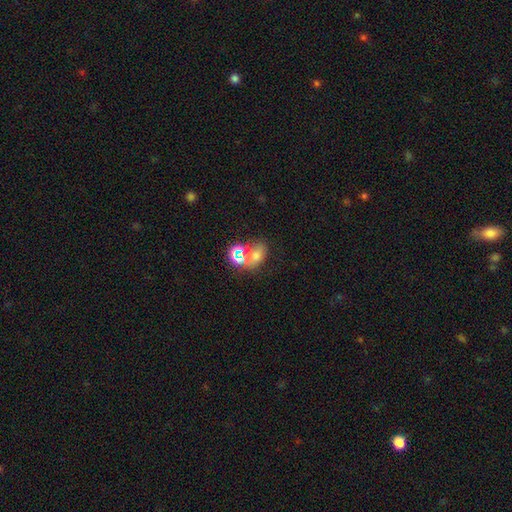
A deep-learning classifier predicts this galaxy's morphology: Smooth or featured? smooth (50%)
How rounded? in between (58%)
Merging? none (42%)